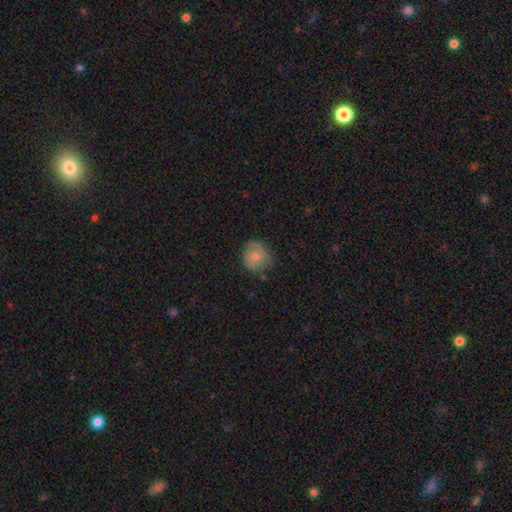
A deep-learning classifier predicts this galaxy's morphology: Overall: smooth (64%; featured or disk 26%). How rounded: round (82%). Merging: none (70%).